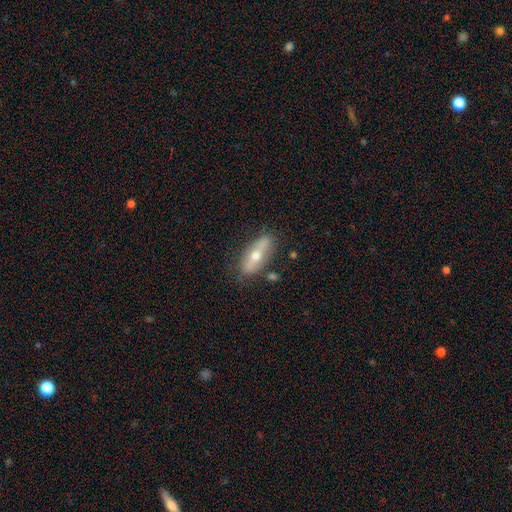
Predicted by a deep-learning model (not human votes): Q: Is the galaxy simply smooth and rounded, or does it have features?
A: featured or disk — 49%.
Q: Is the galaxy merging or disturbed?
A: none — 78%.